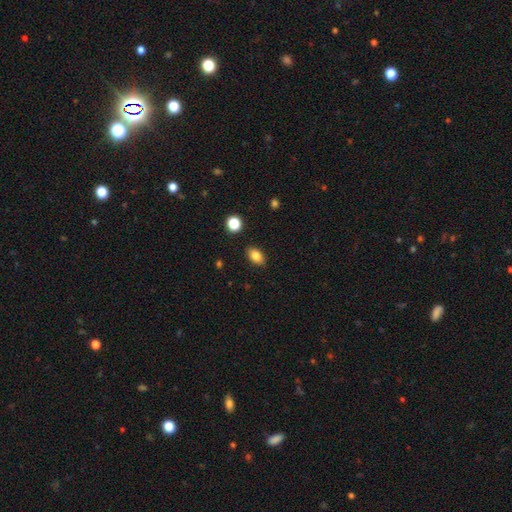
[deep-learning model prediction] smooth_or_featured: smooth (p=0.83) [alt: star or artifact p=0.09]
how_rounded: in between (p=0.88) [alt: round p=0.10]
merging: none (p=0.88) [alt: minor disturbance p=0.08]